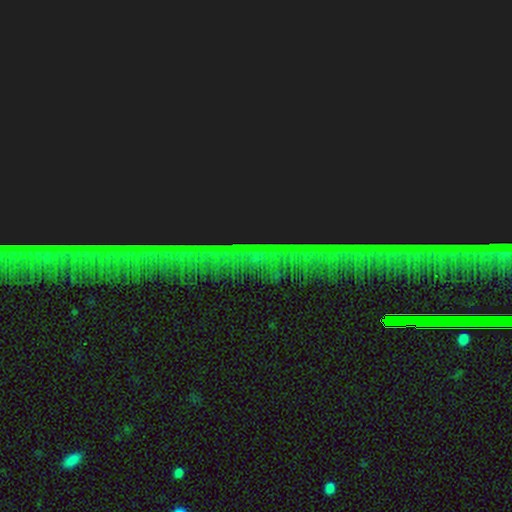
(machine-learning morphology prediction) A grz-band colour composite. It shows a star or artifact, not a galaxy (86%).